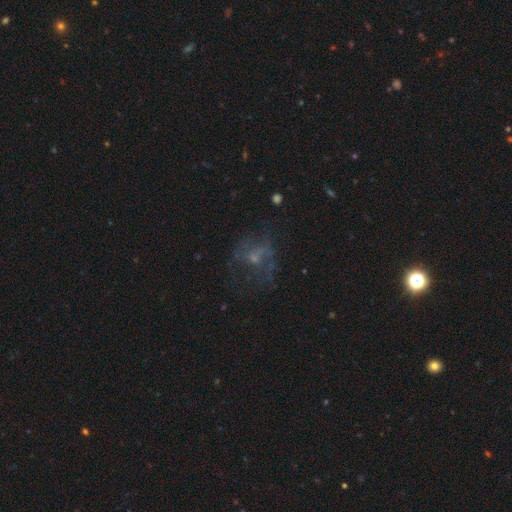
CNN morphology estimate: smooth-or-featured: featured or disk: 48% | smooth: 30% | star or artifact: 22%
  merging: none: 45% | major disturbance: 34% | minor disturbance: 18% | merger: 3%